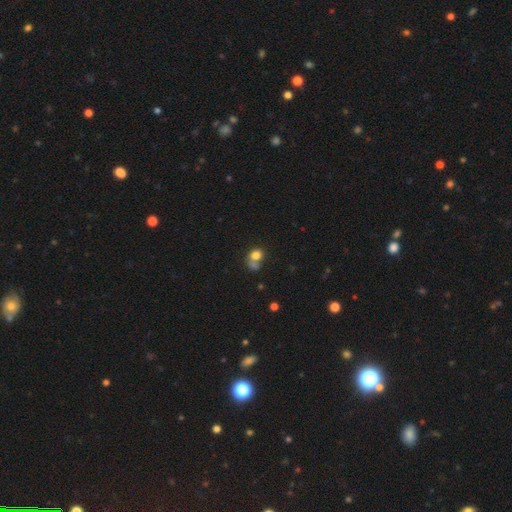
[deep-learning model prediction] Morphology: type=smooth (75%); roundness=round (64%); merging=merger (38%).